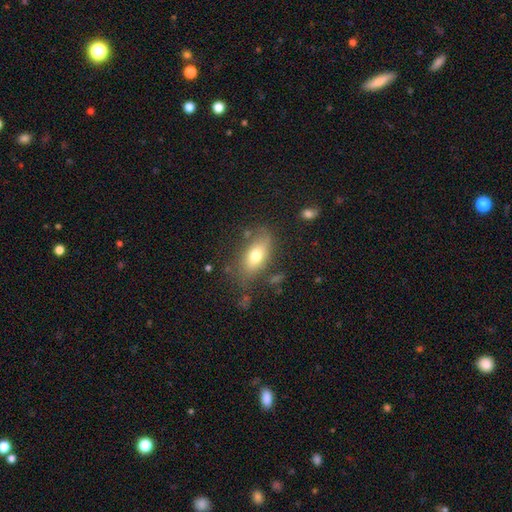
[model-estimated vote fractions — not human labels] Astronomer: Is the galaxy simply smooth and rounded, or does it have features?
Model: smooth — 71%.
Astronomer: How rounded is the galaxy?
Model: in between — 86%.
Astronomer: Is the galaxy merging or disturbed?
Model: none — 71%.